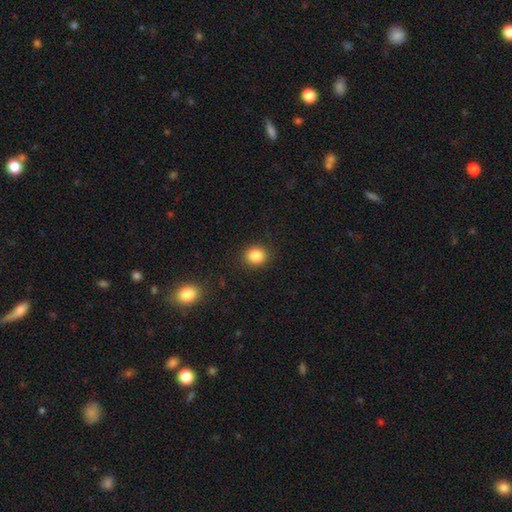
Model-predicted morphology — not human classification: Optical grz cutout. It shows a smooth galaxy with no disk features (86%) that is round (76%). Merging: none (89%).